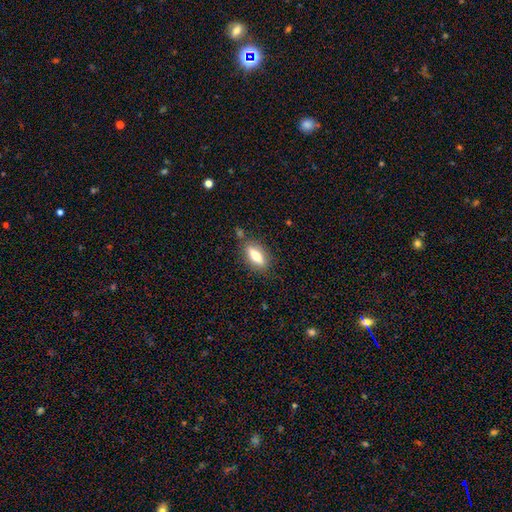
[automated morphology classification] A smooth galaxy with no disk features (71%) that is in between round and cigar-shaped (62%).

Vote fractions:
- Smooth or featured? smooth: 71% / featured or disk: 22% / star or artifact: 8%
- How rounded? in between: 62% / cigar-shaped: 35% / round: 3%
- Merging? none: 81% / minor disturbance: 12% / merger: 4% / major disturbance: 4%